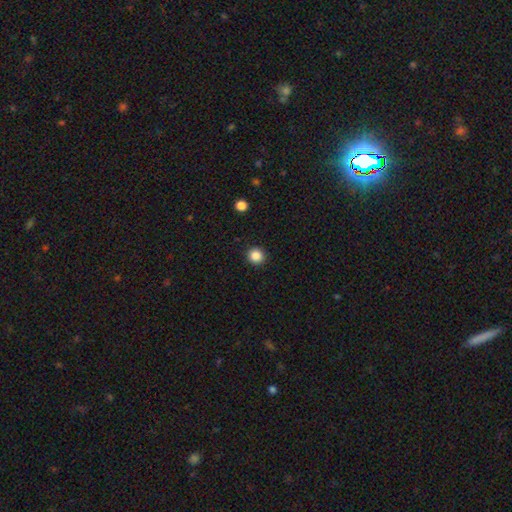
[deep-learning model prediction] smooth-or-featured: smooth: 86% | star or artifact: 11% | featured or disk: 3%
  how-rounded: round: 92% | in between: 7% | cigar-shaped: 1%
  merging: none: 92% | minor disturbance: 5% | major disturbance: 2% | merger: 1%